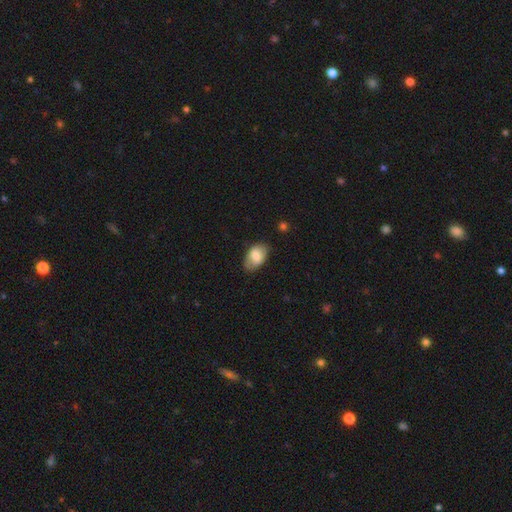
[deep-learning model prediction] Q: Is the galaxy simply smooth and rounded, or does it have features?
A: smooth — 75%.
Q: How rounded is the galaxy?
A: in between — 90%.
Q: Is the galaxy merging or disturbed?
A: none — 68%.